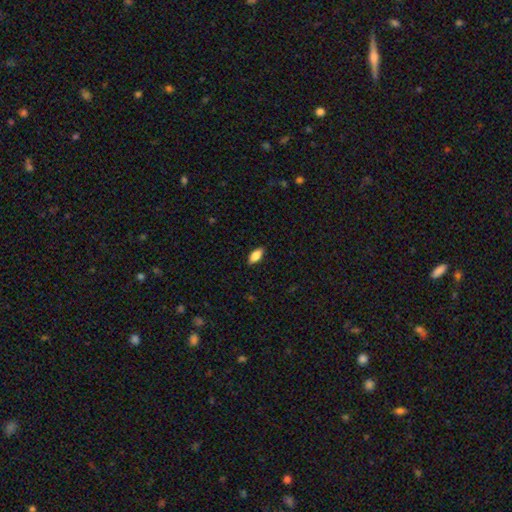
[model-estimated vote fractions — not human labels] smooth 82%, featured or disk 11%, star or artifact 7%. Down the decision tree: how rounded — in between (86%); merging — none (88%).